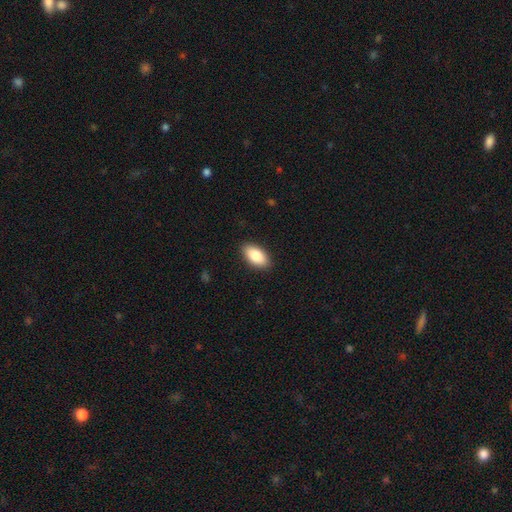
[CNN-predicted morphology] Overall: smooth (86%). How rounded: in between (93%). Merging: none (90%).